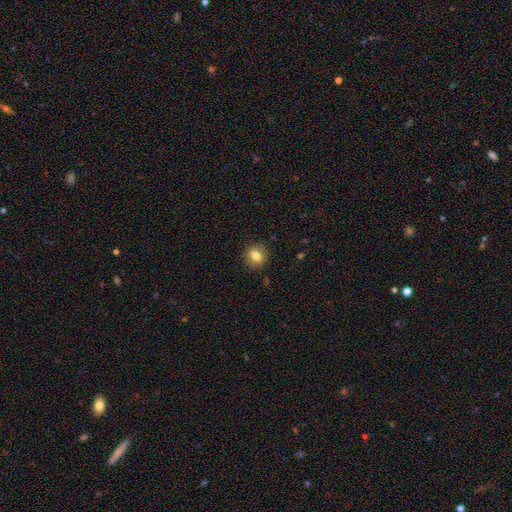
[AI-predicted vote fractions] Smooth or featured: smooth — 79% (featured or disk — 11%)
How rounded: round — 78% (in between — 21%)
Merging: none — 89% (minor disturbance — 8%)